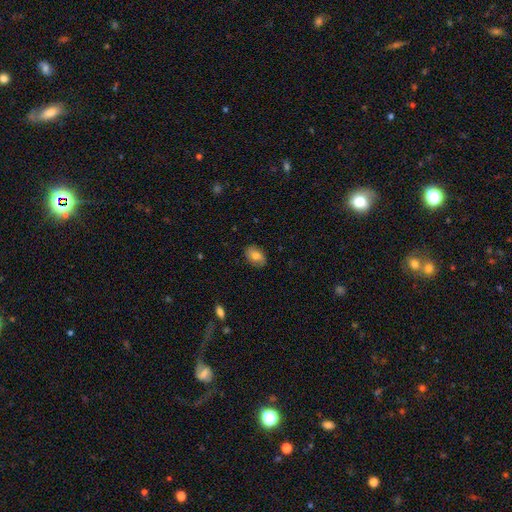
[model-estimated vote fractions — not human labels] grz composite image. It shows a smooth galaxy with no disk features (77%) that is in between round and cigar-shaped (84%). Merging: none (85%).